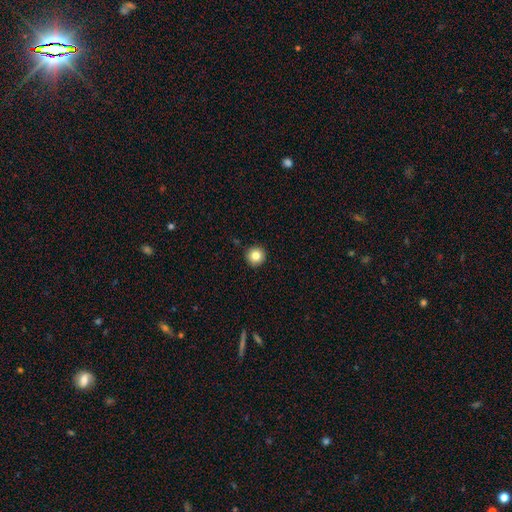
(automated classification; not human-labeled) smooth 83%, star or artifact 10%, featured or disk 7%. Down the decision tree: how rounded — round (96%); merging — none (93%).